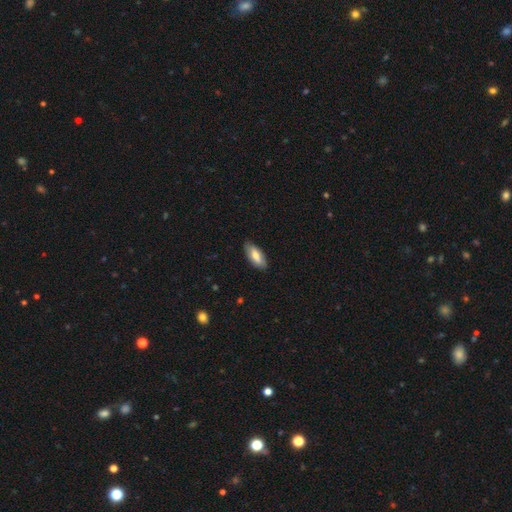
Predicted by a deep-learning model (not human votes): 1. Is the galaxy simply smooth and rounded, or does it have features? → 73% smooth, 22% featured or disk, 6% star or artifact.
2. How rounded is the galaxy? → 83% in between, 15% cigar-shaped, 2% round.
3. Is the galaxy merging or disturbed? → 84% none, 13% minor disturbance, 2% major disturbance, 1% merger.